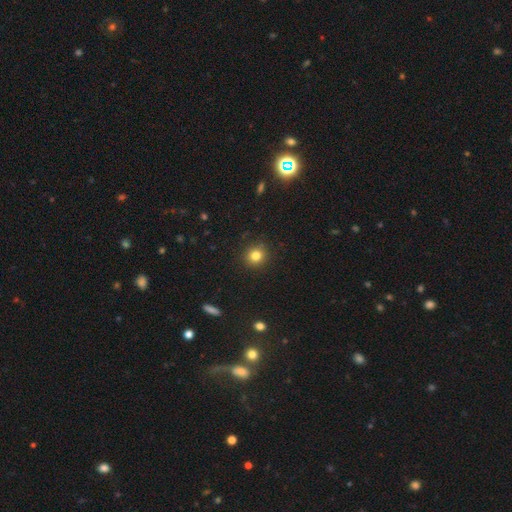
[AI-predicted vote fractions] Morphology: type=smooth (82%); roundness=round (89%); merging=none (90%).